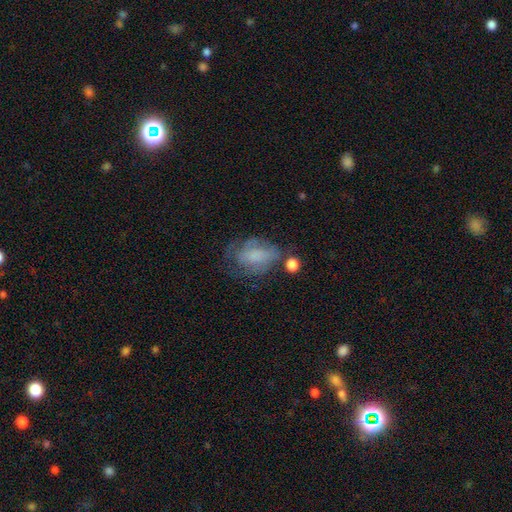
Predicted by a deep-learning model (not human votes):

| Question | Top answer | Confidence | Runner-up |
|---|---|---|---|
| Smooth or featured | smooth | 48% | featured or disk (41%) |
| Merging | none | 42% | minor disturbance (27%) |